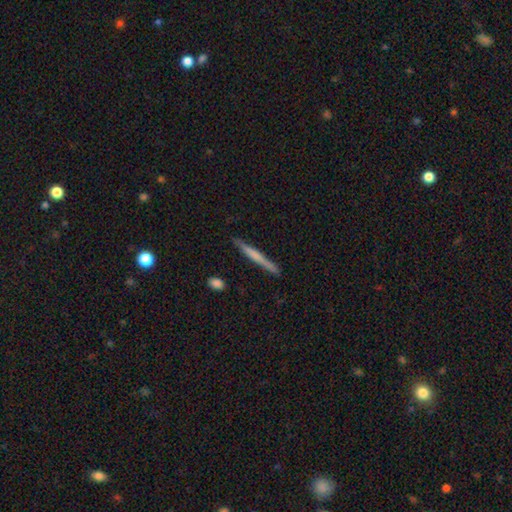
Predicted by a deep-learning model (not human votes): This appears to be a smooth galaxy with no disk features (51%) that is cigar-shaped (96%). Merging: none (89%).